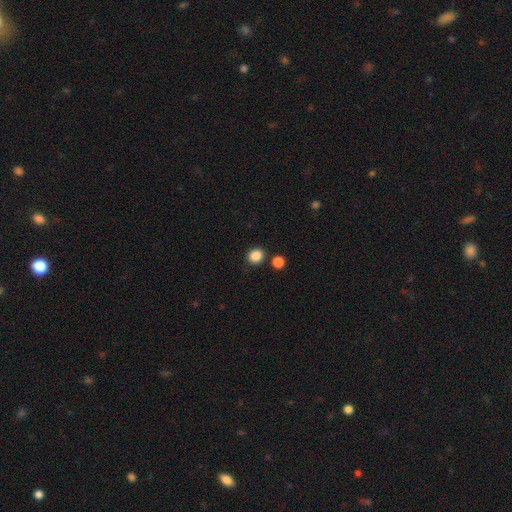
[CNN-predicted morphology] This appears to be a smooth galaxy with no disk features (87%) that is round (79%). Merging: none (83%).